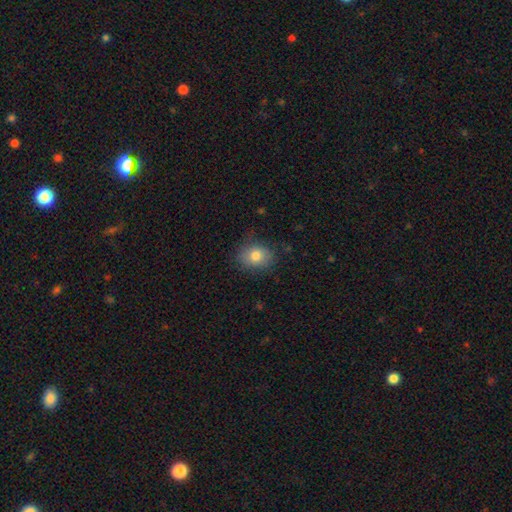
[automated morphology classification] type=smooth (79%); roundness=round (55%); merging=none (79%).